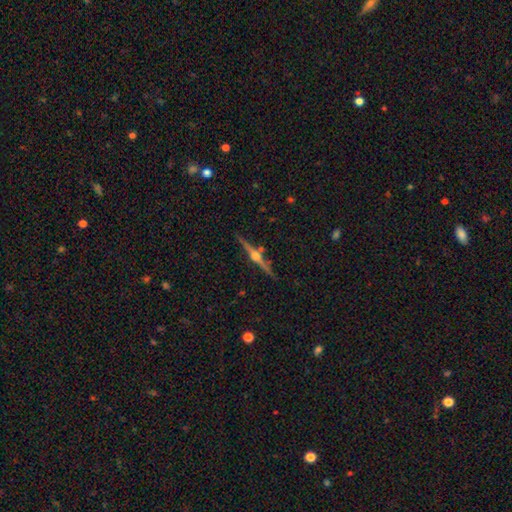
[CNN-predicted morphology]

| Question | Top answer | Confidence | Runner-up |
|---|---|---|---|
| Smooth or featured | featured or disk | 84% | smooth (9%) |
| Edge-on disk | yes | 98% | no (2%) |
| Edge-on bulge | rounded | 95% | boxy (3%) |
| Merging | none | 87% | minor disturbance (8%) |